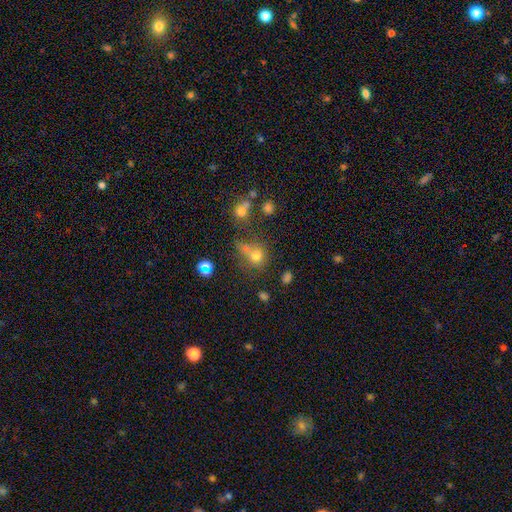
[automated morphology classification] Overall: smooth (68%). How rounded: round (76%). Merging: none (47%; merger 27%).